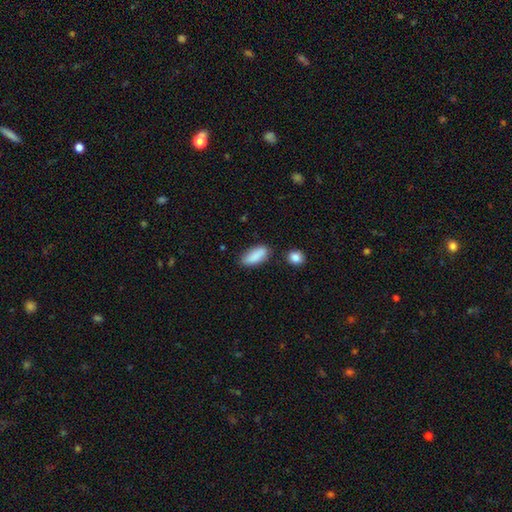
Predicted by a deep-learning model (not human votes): smooth 87%, star or artifact 7%, featured or disk 6%. Down the decision tree: how rounded — in between (79%); merging — none (75%).